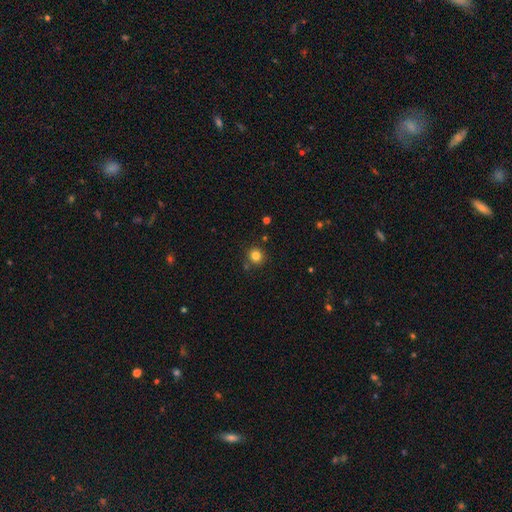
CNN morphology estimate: Smooth or featured: smooth — 81% (star or artifact — 13%)
How rounded: round — 91% (in between — 8%)
Merging: none — 85% (minor disturbance — 8%)